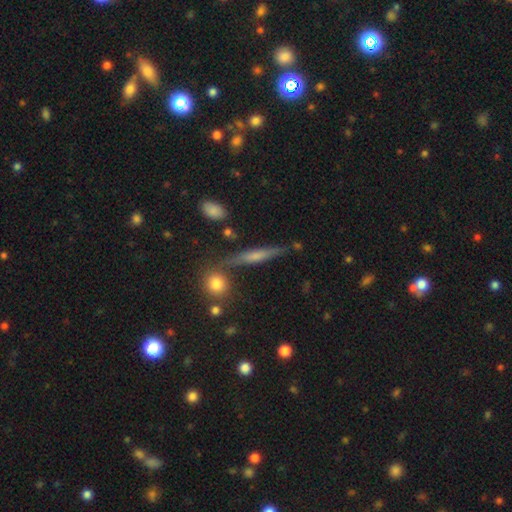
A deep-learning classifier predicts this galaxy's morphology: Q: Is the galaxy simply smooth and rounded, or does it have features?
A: smooth — 50%.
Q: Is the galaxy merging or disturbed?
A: none — 71%.